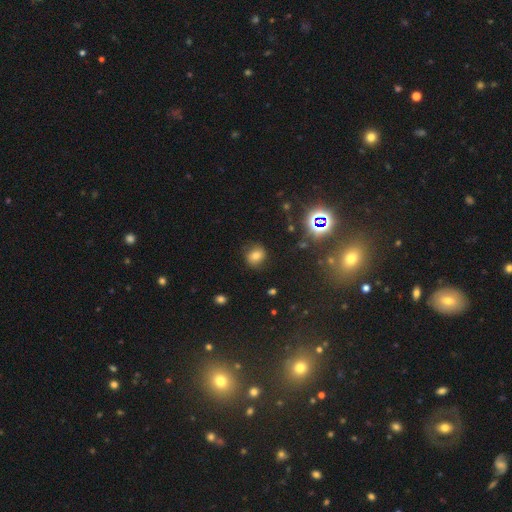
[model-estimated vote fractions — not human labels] Morphology: type=smooth (67%); roundness=round (65%); merging=none (80%).